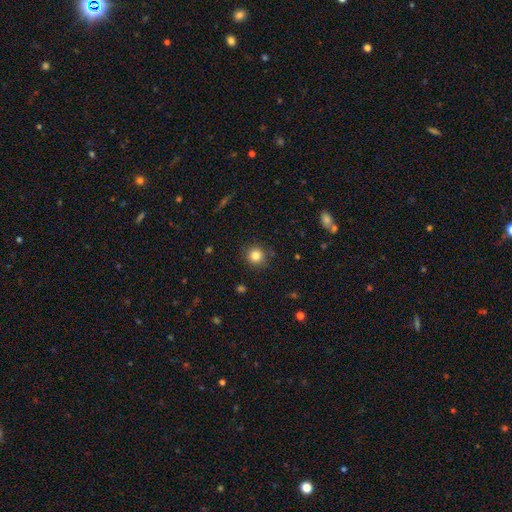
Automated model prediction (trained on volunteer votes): A smooth galaxy with no disk features (83%) that is round (93%).

Vote fractions:
- Smooth or featured? smooth: 83% / star or artifact: 12% / featured or disk: 5%
- How rounded? round: 93% / in between: 6% / cigar-shaped: 1%
- Merging? none: 88% / minor disturbance: 8% / major disturbance: 2% / merger: 2%